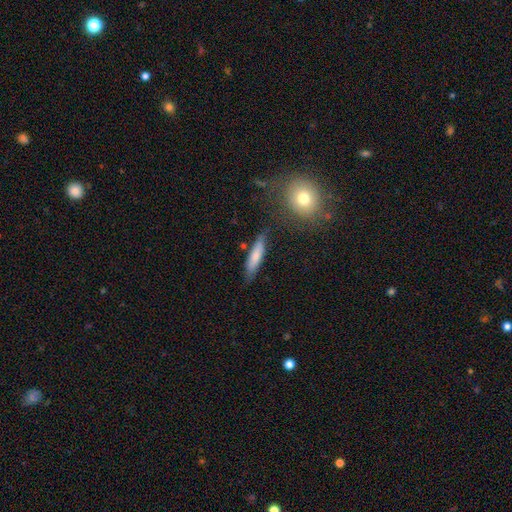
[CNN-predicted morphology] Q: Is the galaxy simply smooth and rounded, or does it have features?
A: smooth — 72%.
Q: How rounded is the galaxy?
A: cigar-shaped — 80%.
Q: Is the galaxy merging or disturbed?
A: none — 75%.